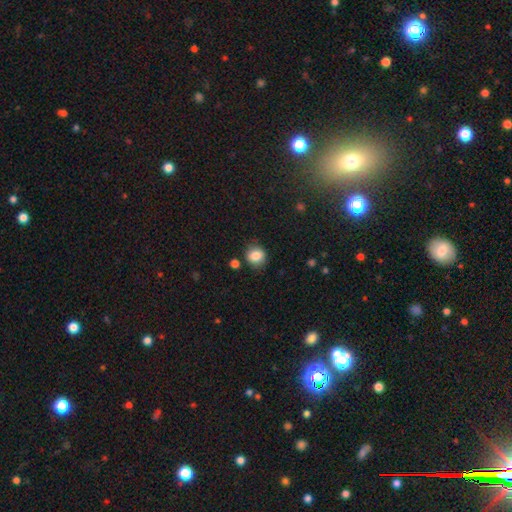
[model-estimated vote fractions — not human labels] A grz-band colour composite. It shows a smooth galaxy with no disk features (83%) that is round (76%). Merging: none (81%).